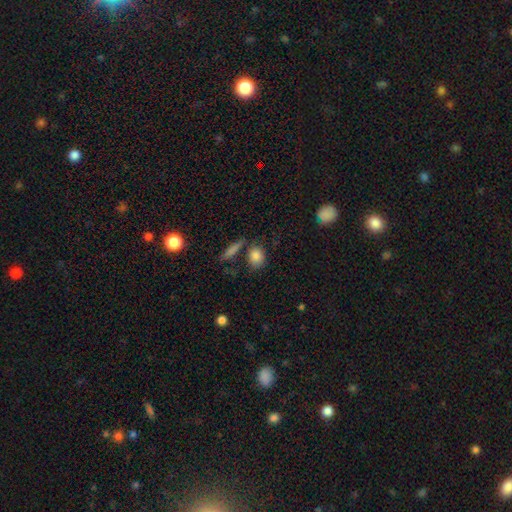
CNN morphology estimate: A smooth galaxy with no disk features (85%) that is round (49%). Merging: none (70%).